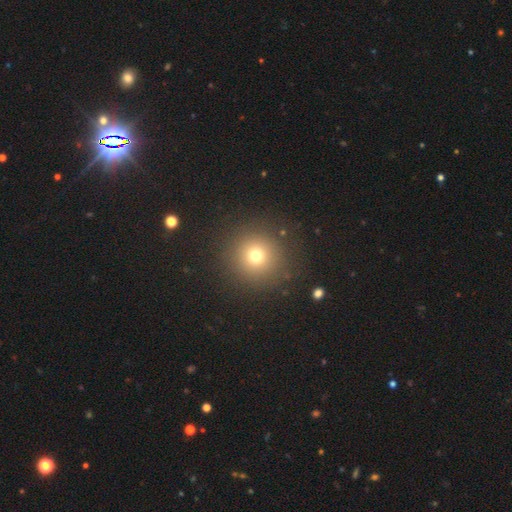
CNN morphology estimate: Smooth or featured? smooth (72%)
How rounded? round (95%)
Merging? none (88%)